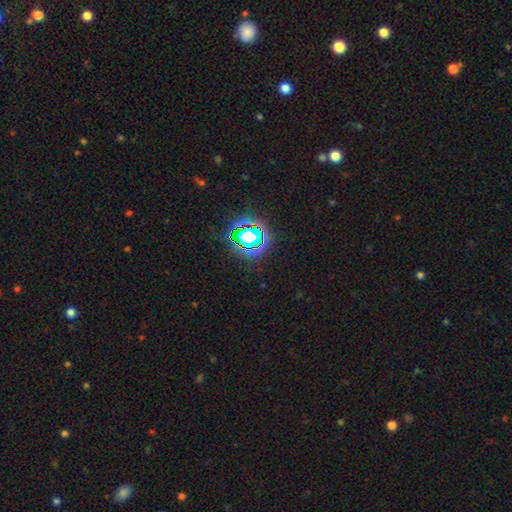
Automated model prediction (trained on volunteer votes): The model was most divided on "smooth or featured": star or artifact: 81%, smooth: 12%, featured or disk: 7%.